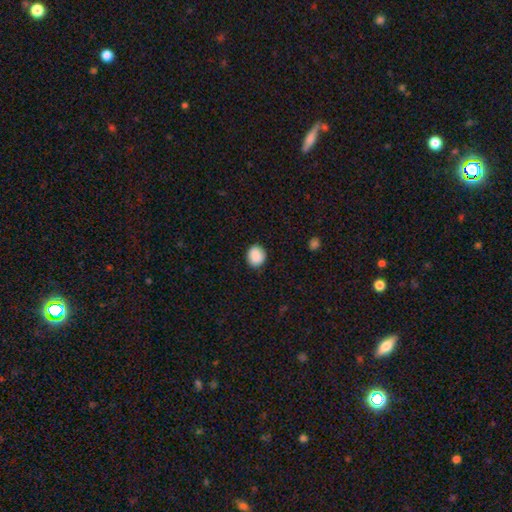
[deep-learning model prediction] A smooth galaxy with no disk features (87%) that is round (69%).

Vote fractions:
- Smooth or featured? smooth: 87% / star or artifact: 8% / featured or disk: 5%
- How rounded? round: 69% / in between: 30% / cigar-shaped: 1%
- Merging? none: 86% / minor disturbance: 10% / major disturbance: 2% / merger: 1%